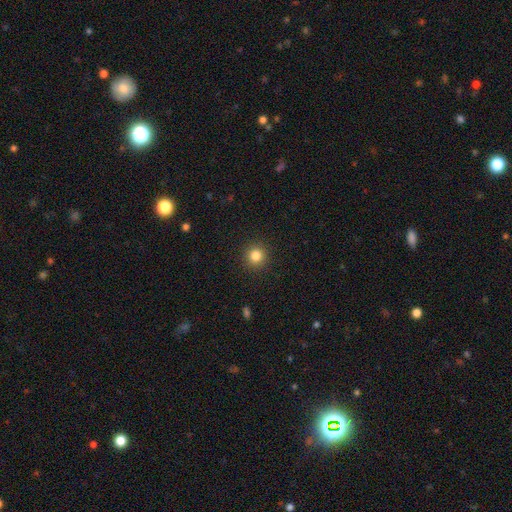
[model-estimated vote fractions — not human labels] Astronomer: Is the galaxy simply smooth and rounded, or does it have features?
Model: smooth — 83%.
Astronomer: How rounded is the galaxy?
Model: round — 93%.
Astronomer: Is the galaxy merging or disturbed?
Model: none — 92%.